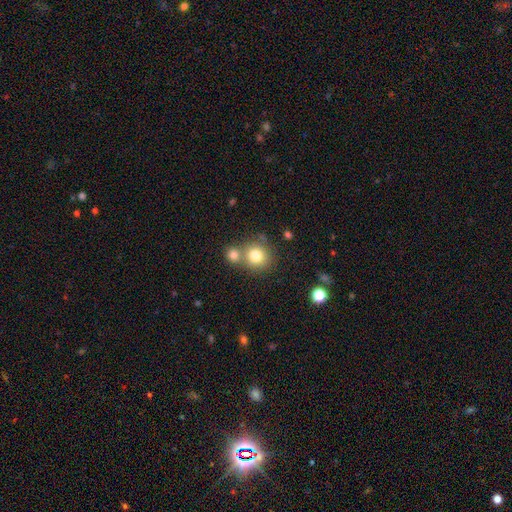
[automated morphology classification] This is likely a smooth galaxy (78%). How rounded: clearly round (87%). Merging: possibly none (54%).